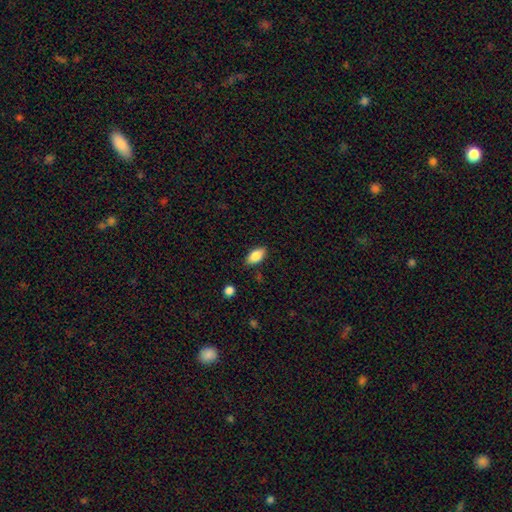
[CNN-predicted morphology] smooth_or_featured: smooth (p=0.85) [alt: featured or disk p=0.07]
how_rounded: in between (p=0.91) [alt: cigar-shaped p=0.06]
merging: none (p=0.85) [alt: minor disturbance p=0.11]